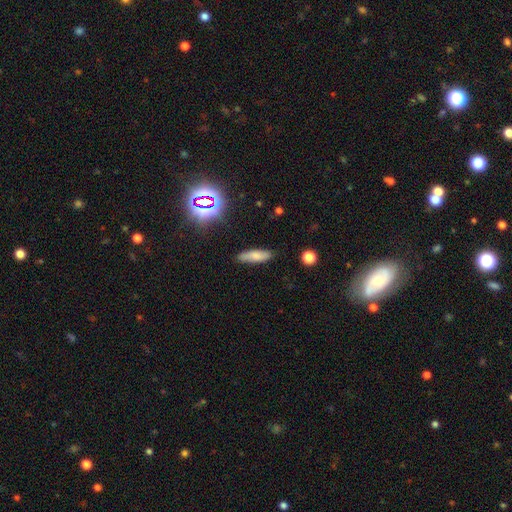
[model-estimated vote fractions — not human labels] This is likely a smooth galaxy (74%). How rounded: possibly cigar-shaped (53%). Merging: clearly none (84%).